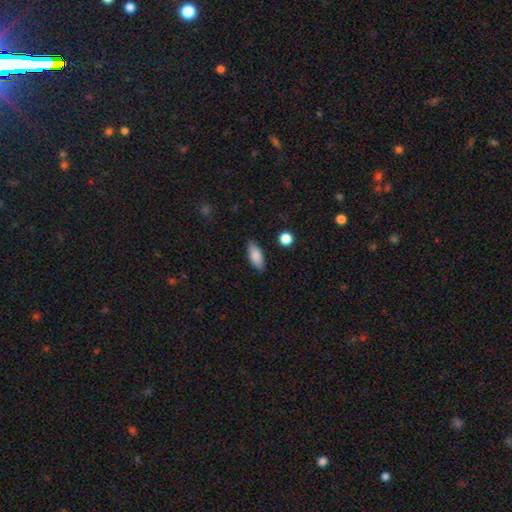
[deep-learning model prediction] This appears to be a smooth galaxy with no disk features (84%) that is in between round and cigar-shaped (78%). Merging: none (83%).